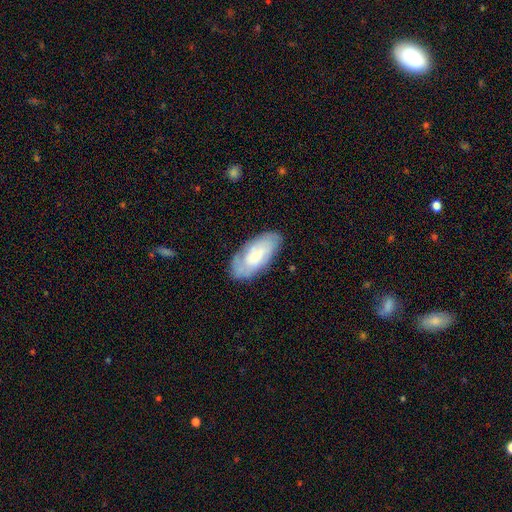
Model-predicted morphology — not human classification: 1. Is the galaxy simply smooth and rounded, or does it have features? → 49% smooth, 44% featured or disk, 6% star or artifact.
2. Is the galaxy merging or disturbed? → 76% none, 18% minor disturbance, 5% major disturbance, 2% merger.